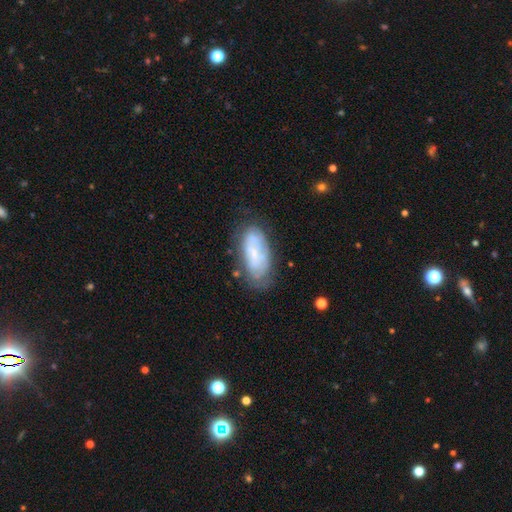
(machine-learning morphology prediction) smooth-or-featured: smooth: 48% | featured or disk: 43% | star or artifact: 9%
  merging: none: 67% | minor disturbance: 22% | major disturbance: 8% | merger: 3%